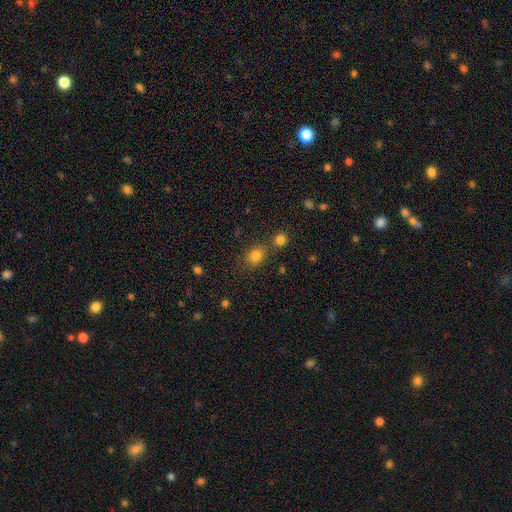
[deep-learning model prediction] A smooth galaxy with no disk features (81%) that is round (62%). Merging: none (66%).